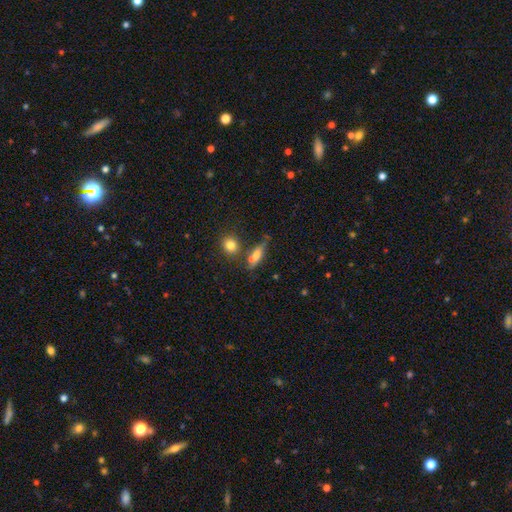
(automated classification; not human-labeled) Overall: smooth (61%; featured or disk 29%). How rounded: in between (54%; cigar-shaped 38%). Merging: none (57%; minor disturbance 19%).